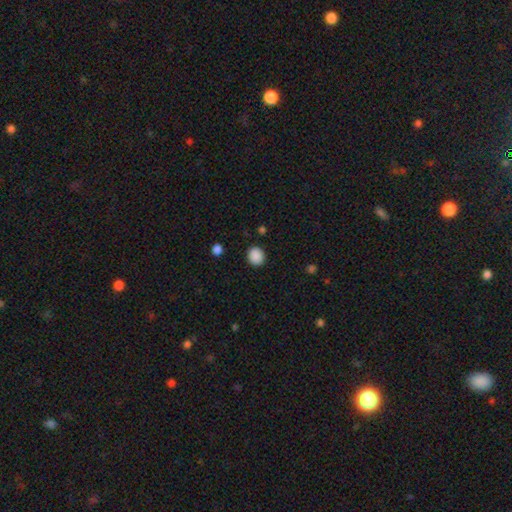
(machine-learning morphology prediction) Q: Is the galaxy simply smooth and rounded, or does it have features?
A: smooth — 89%.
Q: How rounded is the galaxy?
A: round — 74%.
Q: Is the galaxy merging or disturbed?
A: none — 89%.